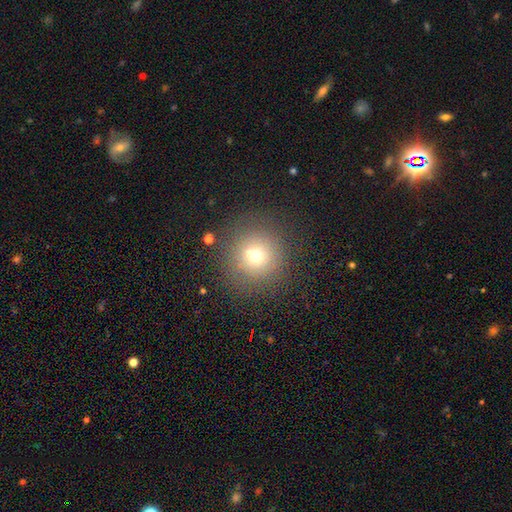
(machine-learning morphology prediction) The model was most divided on "smooth or featured": smooth: 66%, star or artifact: 19%, featured or disk: 15%. More confident: how rounded — round (95%); merging — none (78%).